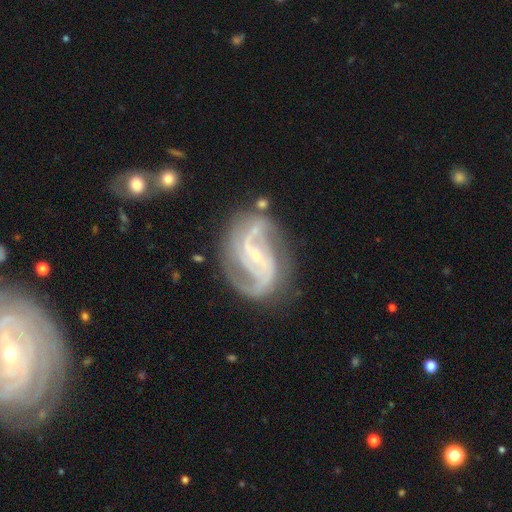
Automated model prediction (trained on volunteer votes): Smooth or featured? Predicted: featured or disk (p=0.91). Edge-on disk? Predicted: no (p=0.98). Bar? Predicted: weak (p=0.38). Spiral arms? Predicted: yes (p=0.98). Spiral winding? Predicted: medium (p=0.56). Spiral arm count? Predicted: 2 (p=0.75). Bulge size? Predicted: small (p=0.78). Merging? Predicted: none (p=0.68).